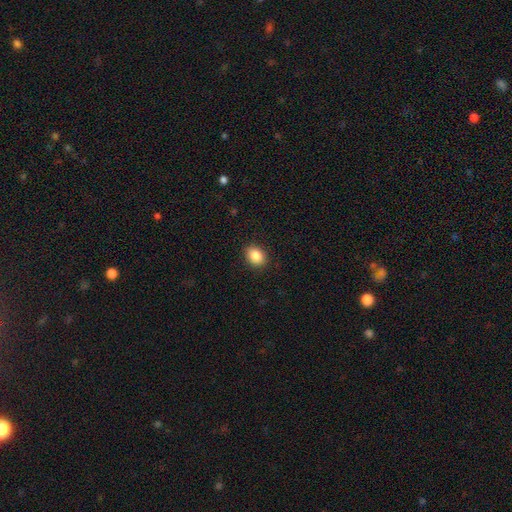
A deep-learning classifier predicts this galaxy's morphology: A smooth galaxy with no disk features (86%) that is in between round and cigar-shaped (56%).

Vote fractions:
- Smooth or featured? smooth: 86% / star or artifact: 9% / featured or disk: 5%
- How rounded? in between: 56% / round: 43% / cigar-shaped: 1%
- Merging? none: 89% / minor disturbance: 8% / major disturbance: 2% / merger: 1%